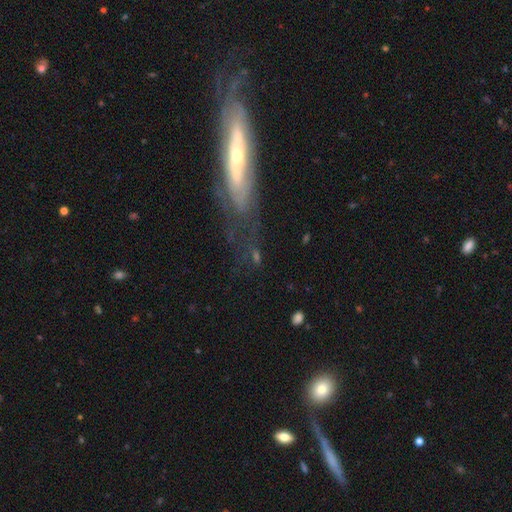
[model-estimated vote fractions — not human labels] smooth_or_featured: featured or disk (p=0.50) [alt: smooth p=0.30]
disk_edge_on: no (p=0.69) [alt: yes p=0.31]
merging: none (p=0.48) [alt: major disturbance p=0.25]